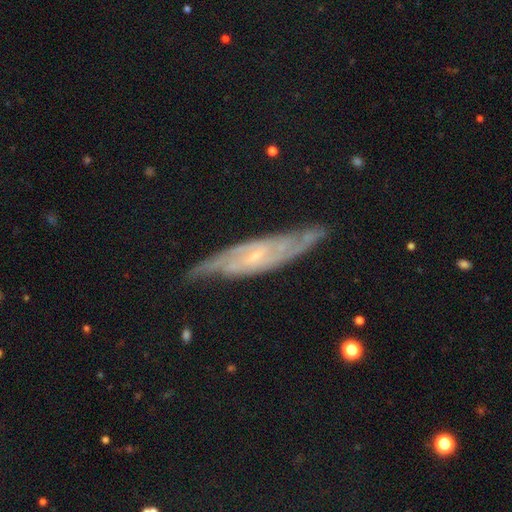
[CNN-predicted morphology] A featured or disk galaxy (84%) with a weak bar (47%), 2 (69%) medium (45%) spiral arms (94%) and a small central bulge (73%).

Vote fractions:
- Smooth or featured? featured or disk: 84% / smooth: 10% / star or artifact: 6%
- Edge-on disk? no: 70% / yes: 30%
- Bar? weak: 47% / no: 34% / strong: 19%
- Spiral arms? yes: 94% / no: 6%
- Spiral winding? medium: 45% / tight: 37% / loose: 19%
- Spiral arm count? 2: 69% / can't tell: 18% / 3: 6% / 4: 3% / 1: 3% / more than 4: 2%
- Bulge size? small: 73% / moderate: 16% / none: 10% / large: 1% / dominant: 1%
- Merging? none: 75% / minor disturbance: 18% / major disturbance: 5% / merger: 2%